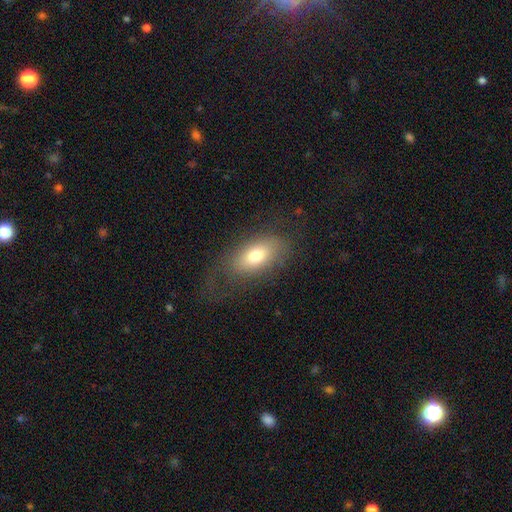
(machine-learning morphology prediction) A smooth galaxy with no disk features (70%) that is in between round and cigar-shaped (89%). Merging: none (65%).